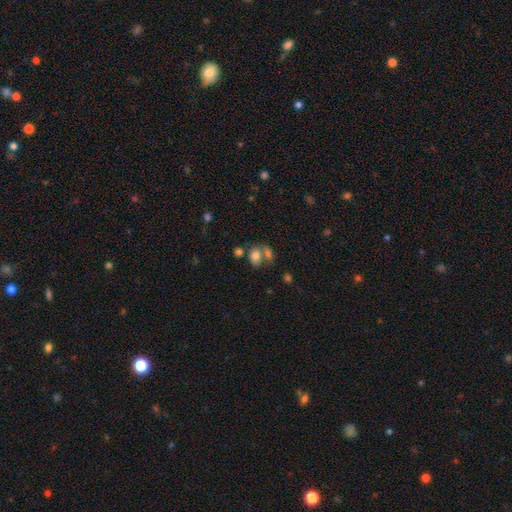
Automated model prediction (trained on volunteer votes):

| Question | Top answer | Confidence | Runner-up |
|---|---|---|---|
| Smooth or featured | smooth | 77% | featured or disk (12%) |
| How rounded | in between | 71% | round (28%) |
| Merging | merger | 43% | none (40%) |